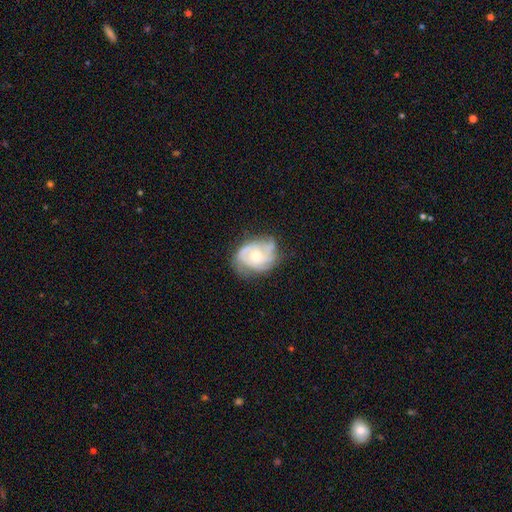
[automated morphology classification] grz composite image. It shows a featured or disk galaxy (77%) with no bar (74%), 3 (30%) tight (54%) spiral arms (90%) and a moderate central bulge (59%). Merging: none (60%).